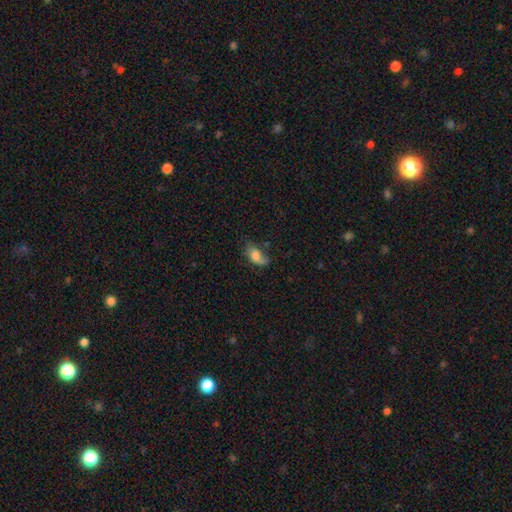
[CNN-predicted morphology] Smooth or featured? Predicted: smooth (p=0.71). How rounded? Predicted: in between (p=0.87). Merging? Predicted: none (p=0.37).